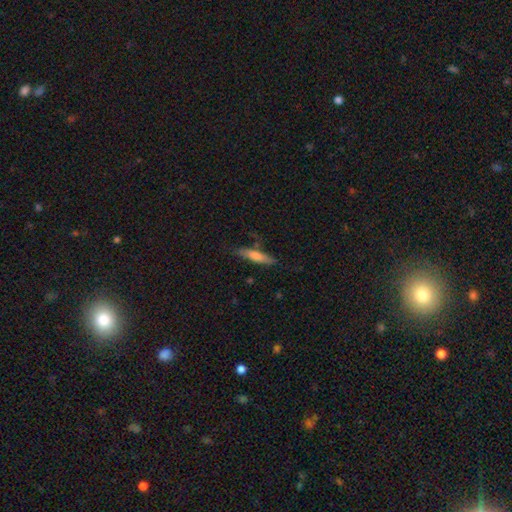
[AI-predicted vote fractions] This appears to be a smooth galaxy with no disk features (66%) that is cigar-shaped (83%). Merging: none (76%).